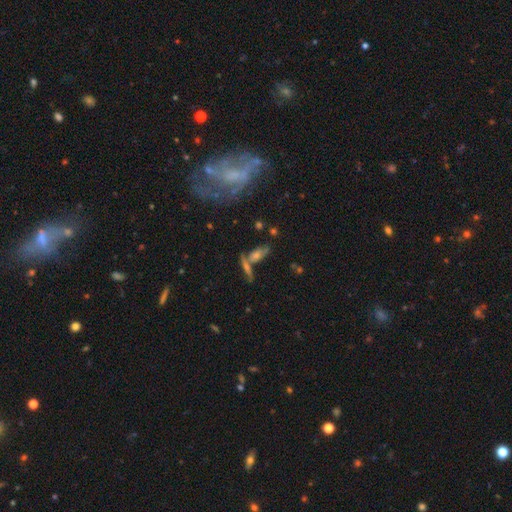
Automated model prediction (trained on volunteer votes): Smooth or featured? smooth (54%)
How rounded? in between (60%)
Merging? none (49%)